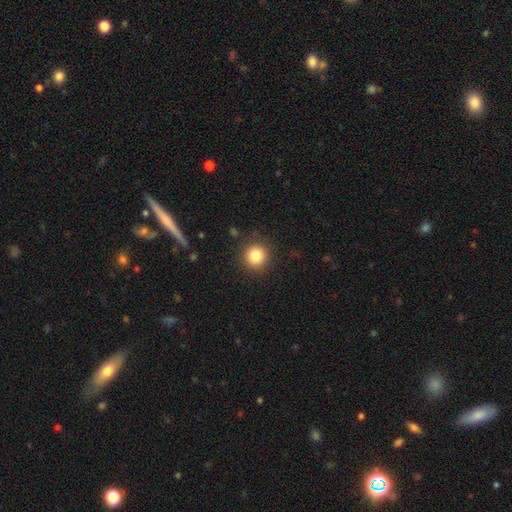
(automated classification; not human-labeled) smooth 84%, star or artifact 11%, featured or disk 6%. Down the decision tree: how rounded — round (93%); merging — none (89%).